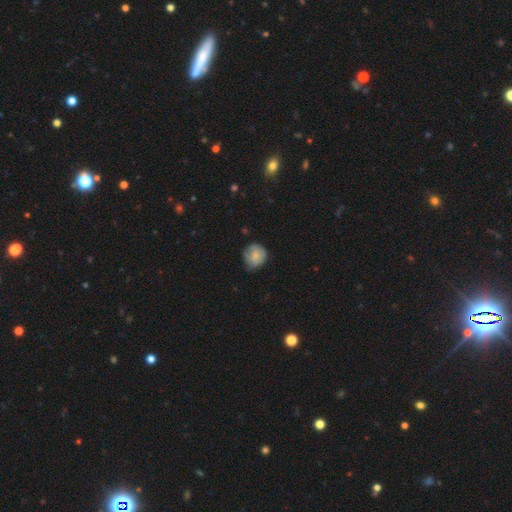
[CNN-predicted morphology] A smooth galaxy with no disk features (77%) that is round (80%).

Vote fractions:
- Smooth or featured? smooth: 77% / featured or disk: 16% / star or artifact: 7%
- How rounded? round: 80% / in between: 19% / cigar-shaped: 1%
- Merging? none: 62% / minor disturbance: 30% / major disturbance: 7% / merger: 1%